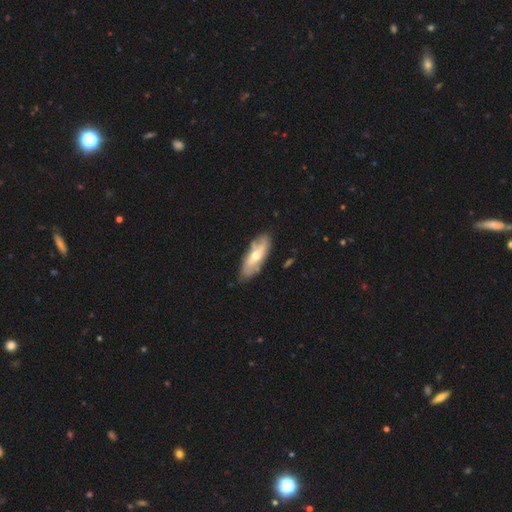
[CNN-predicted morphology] smooth_or_featured: featured or disk (p=0.50) [alt: smooth p=0.44]
disk_edge_on: no (p=0.70) [alt: yes p=0.30]
merging: none (p=0.74) [alt: minor disturbance p=0.18]